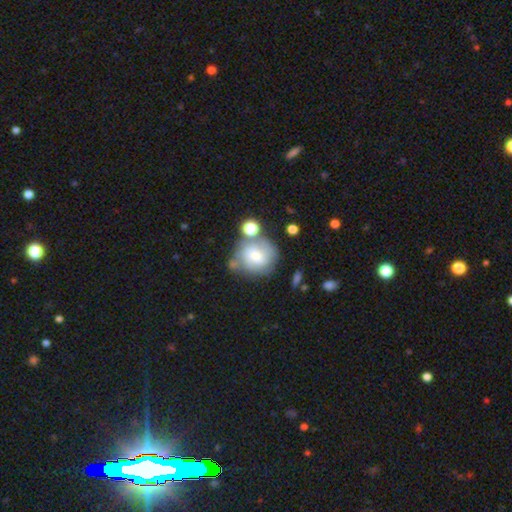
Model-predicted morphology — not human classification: type=smooth (56%); roundness=round (84%); merging=none (48%).